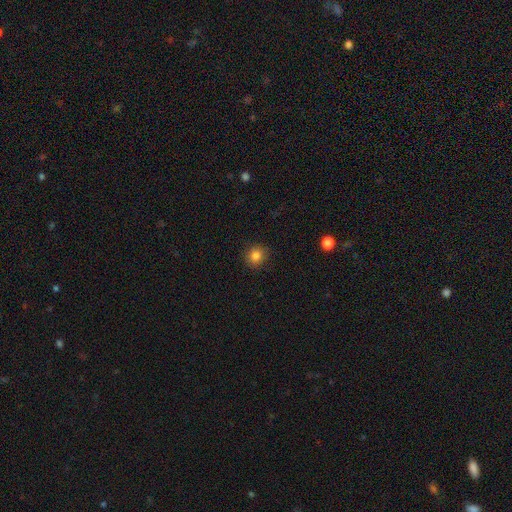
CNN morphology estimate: smooth-or-featured: smooth: 83% | star or artifact: 12% | featured or disk: 5%
  how-rounded: round: 87% | in between: 12% | cigar-shaped: 1%
  merging: none: 89% | minor disturbance: 8% | major disturbance: 2% | merger: 1%